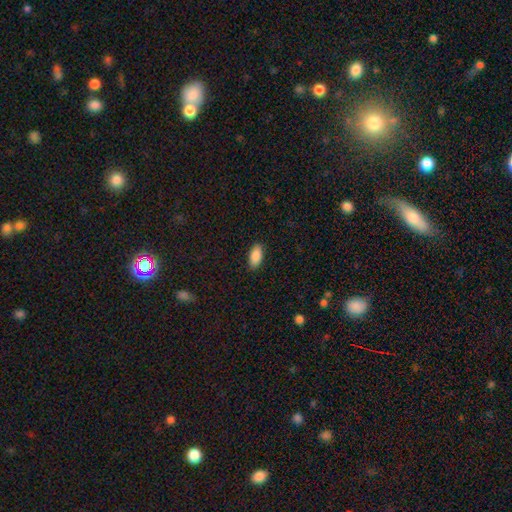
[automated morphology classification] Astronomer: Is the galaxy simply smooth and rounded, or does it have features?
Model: smooth — 89%.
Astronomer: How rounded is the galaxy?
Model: in between — 91%.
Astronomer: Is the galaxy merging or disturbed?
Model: none — 89%.